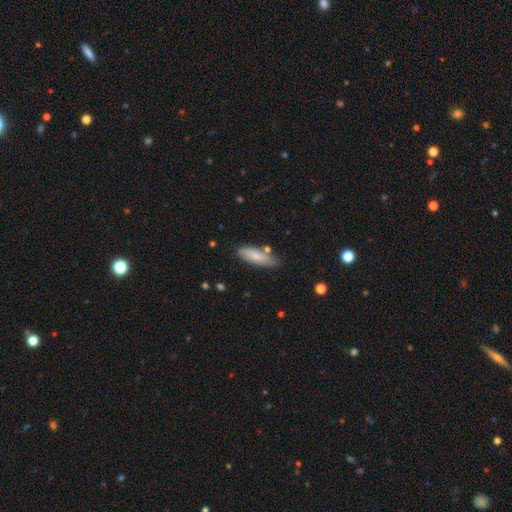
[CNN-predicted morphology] A smooth galaxy with no disk features (75%) that is in between round and cigar-shaped (57%). Merging: none (76%).